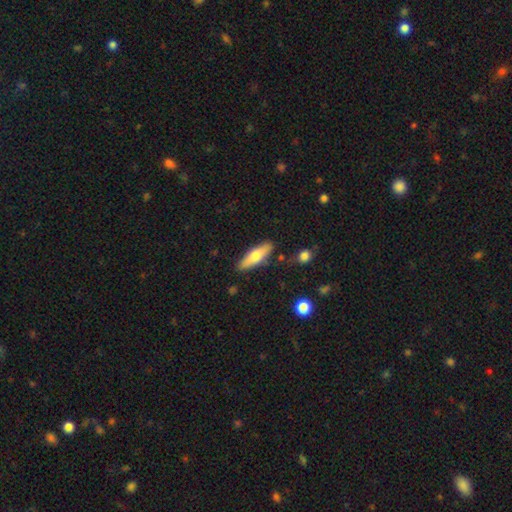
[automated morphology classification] Smooth or featured? smooth (64%)
How rounded? cigar-shaped (54%)
Merging? none (84%)